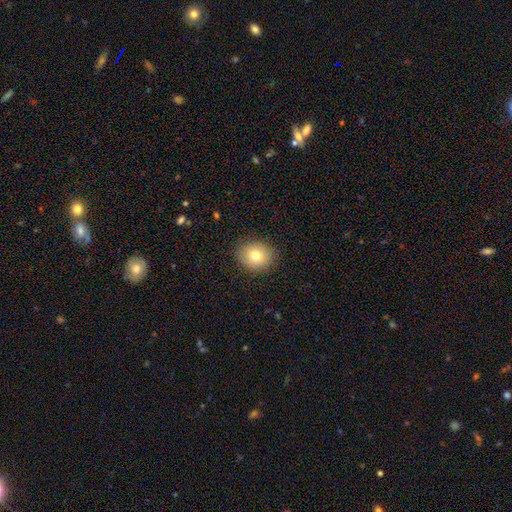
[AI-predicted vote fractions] A smooth galaxy with no disk features (77%) that is round (69%). Merging: none (86%).